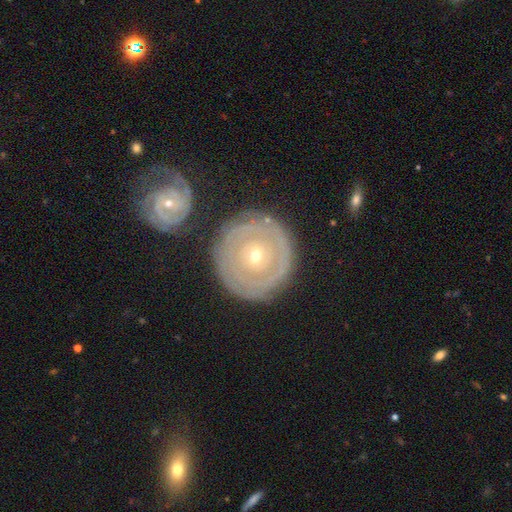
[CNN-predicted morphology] Smooth or featured: featured or disk — 78% (smooth — 17%)
Edge-on disk: no — 97% (yes — 3%)
Bar: no — 79% (weak — 15%)
Spiral arms: yes — 83% (no — 17%)
Spiral winding: tight — 89% (medium — 9%)
Spiral arm count: 2 — 38% (can't tell — 34%)
Bulge size: small — 68% (moderate — 29%)
Merging: none — 79% (minor disturbance — 10%)